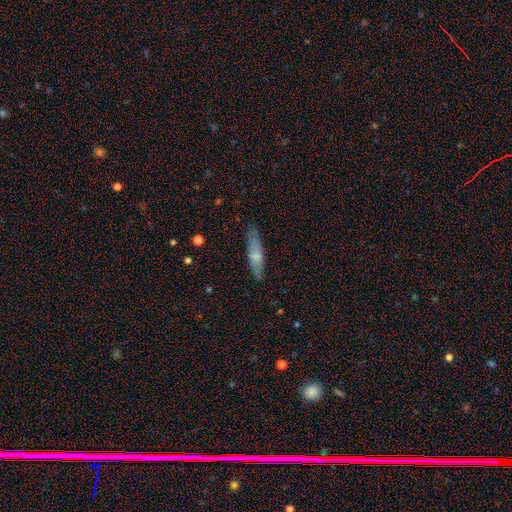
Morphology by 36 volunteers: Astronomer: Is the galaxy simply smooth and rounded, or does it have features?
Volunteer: smooth — 64%.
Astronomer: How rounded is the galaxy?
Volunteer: cigar-shaped — 70%.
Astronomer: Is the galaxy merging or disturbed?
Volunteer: none — 83%.